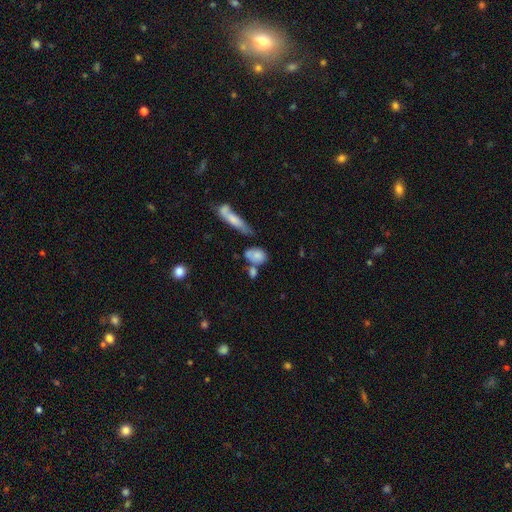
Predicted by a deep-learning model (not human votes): Morphology: type=smooth (75%); roundness=in between (66%); merging=none (40%).